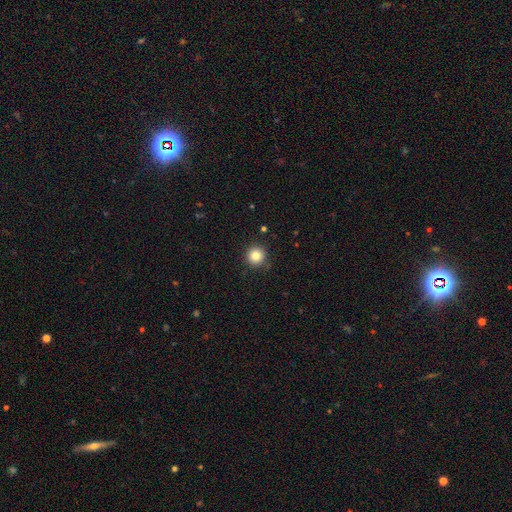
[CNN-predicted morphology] Q: Smooth or featured?
A: smooth (83%); runner-up: star or artifact (11%)
Q: How rounded?
A: round (95%); runner-up: in between (4%)
Q: Merging?
A: none (90%); runner-up: minor disturbance (7%)